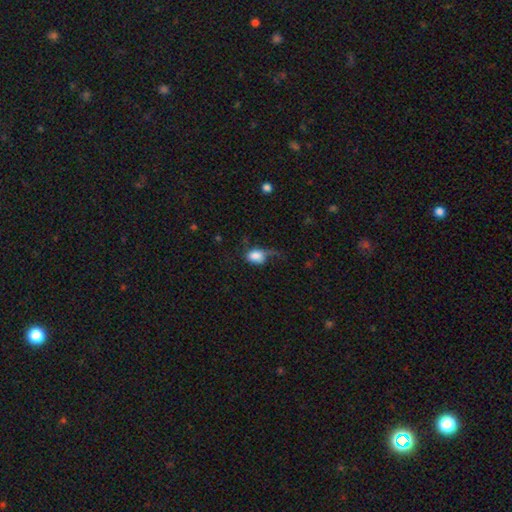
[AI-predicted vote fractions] A smooth galaxy with no disk features (80%) that is in between round and cigar-shaped (63%).

Vote fractions:
- Smooth or featured? smooth: 80% / featured or disk: 12% / star or artifact: 8%
- How rounded? in between: 63% / round: 36% / cigar-shaped: 2%
- Merging? major disturbance: 38% / minor disturbance: 29% / none: 28% / merger: 4%